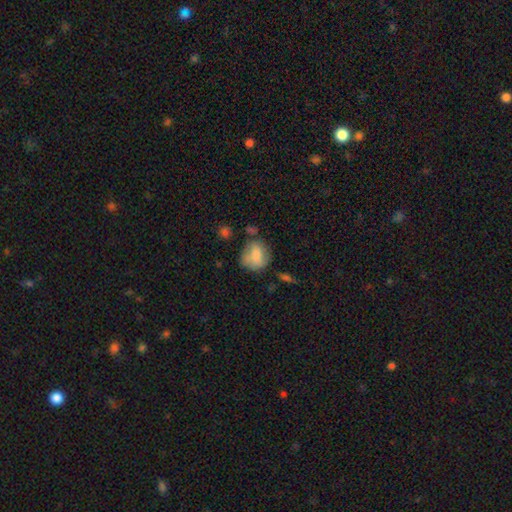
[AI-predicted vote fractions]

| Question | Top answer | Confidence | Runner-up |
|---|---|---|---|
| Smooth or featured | smooth | 75% | featured or disk (17%) |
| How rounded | round | 71% | in between (28%) |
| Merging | none | 59% | minor disturbance (26%) |